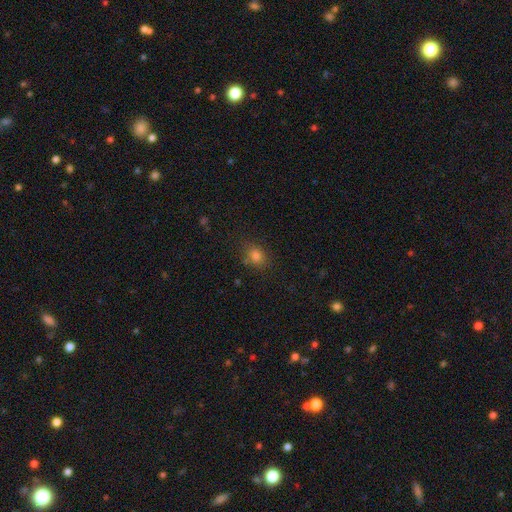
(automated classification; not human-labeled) A smooth galaxy with no disk features (79%) that is round (50%). Merging: none (77%).